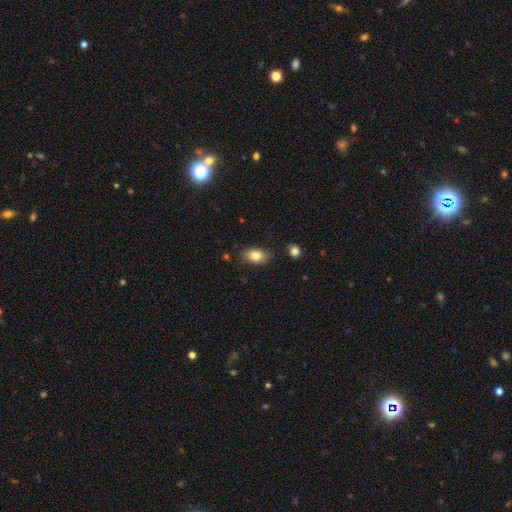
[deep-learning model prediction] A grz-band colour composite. It shows a smooth galaxy with no disk features (82%) that is in between round and cigar-shaped (88%). Merging: none (83%).